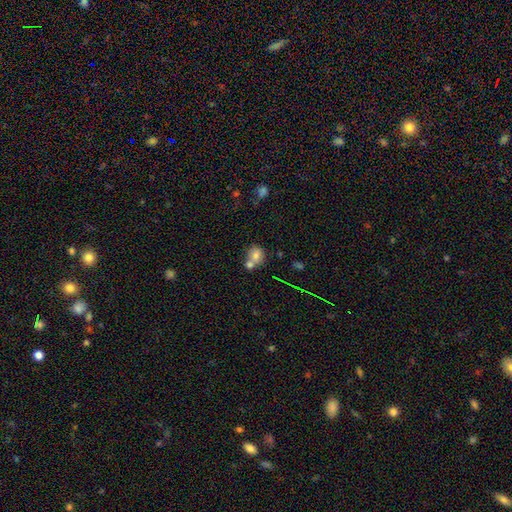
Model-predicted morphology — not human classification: Smooth or featured: smooth — 73% (featured or disk — 15%)
How rounded: round — 74% (in between — 25%)
Merging: merger — 48% (none — 39%)